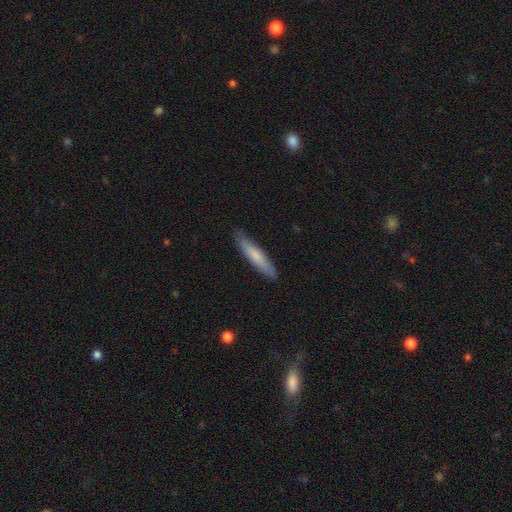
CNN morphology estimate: This appears to be a smooth galaxy with no disk features (71%) that is cigar-shaped (88%). Merging: none (87%).